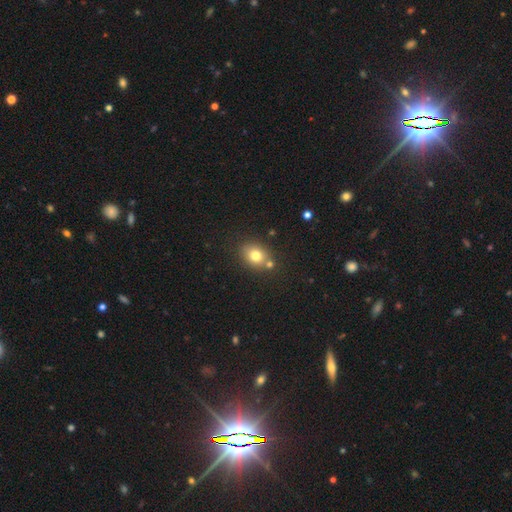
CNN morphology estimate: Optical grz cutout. It shows a smooth galaxy with no disk features (77%) that is in between round and cigar-shaped (50%). Merging: none (68%).